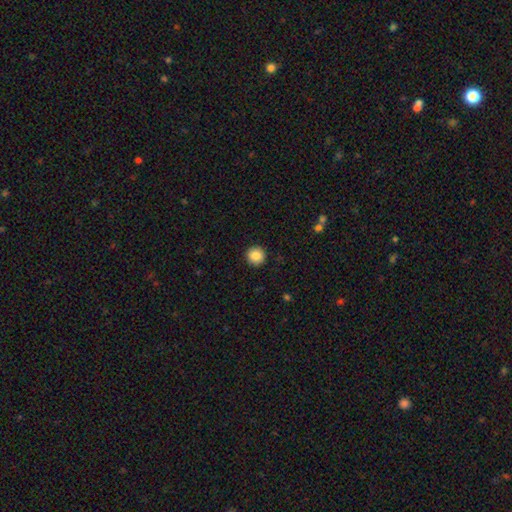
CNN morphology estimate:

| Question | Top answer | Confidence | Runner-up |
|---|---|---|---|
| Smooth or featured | smooth | 87% | star or artifact (9%) |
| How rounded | round | 95% | in between (4%) |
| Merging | none | 93% | minor disturbance (5%) |